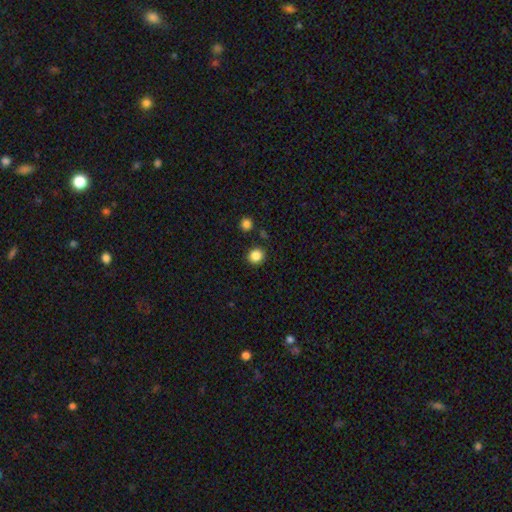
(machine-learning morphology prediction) Smooth or featured? Predicted: smooth (p=0.86). How rounded? Predicted: round (p=0.86). Merging? Predicted: none (p=0.88).